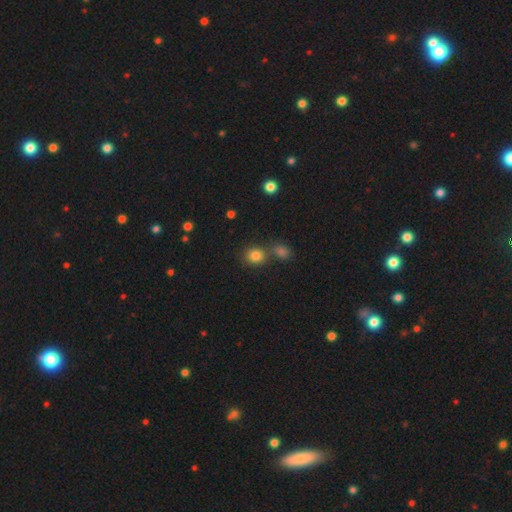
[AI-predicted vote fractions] This is clearly a smooth galaxy (82%). How rounded: likely round (75%). Merging: likely none (61%).